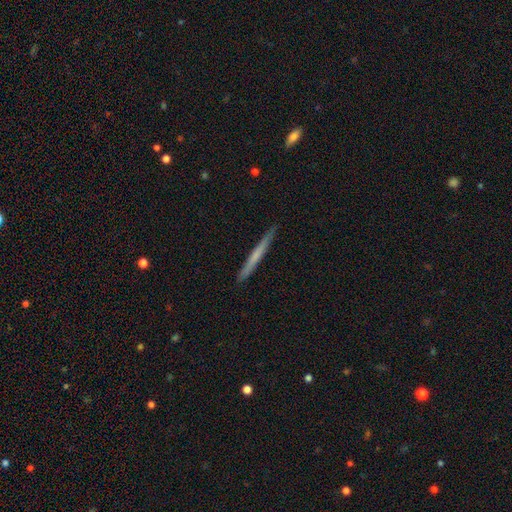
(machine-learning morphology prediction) A smooth galaxy with no disk features (51%) that is cigar-shaped (97%). Merging: none (91%).